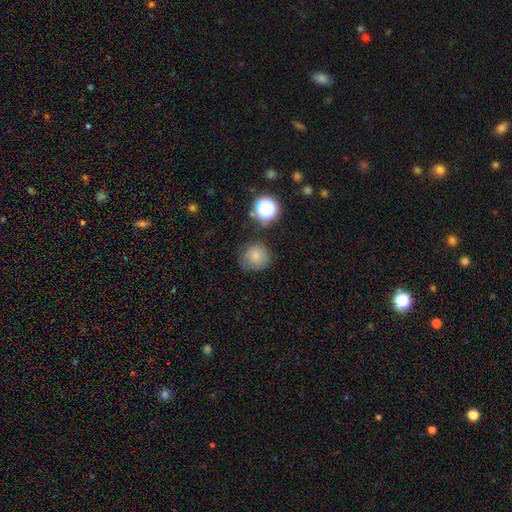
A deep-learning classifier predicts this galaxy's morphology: This is likely a smooth galaxy (75%). How rounded: clearly round (90%). Merging: likely none (70%).